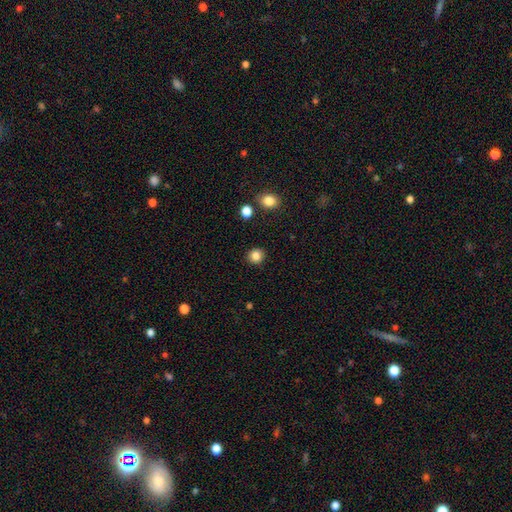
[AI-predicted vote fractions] Smooth or featured?
  - smooth: 85% *
  - star or artifact: 10%
  - featured or disk: 4%
How rounded?
  - round: 86% *
  - in between: 13%
  - cigar-shaped: 1%
Merging?
  - none: 90% *
  - minor disturbance: 6%
  - major disturbance: 2%
  - merger: 2%